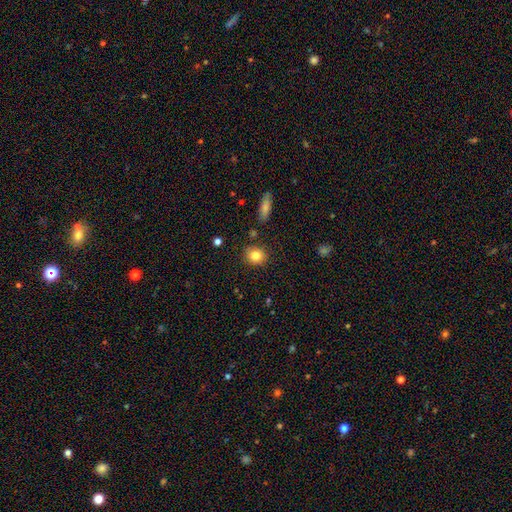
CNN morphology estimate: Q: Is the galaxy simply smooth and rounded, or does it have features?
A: smooth — 82%.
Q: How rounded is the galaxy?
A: round — 72%.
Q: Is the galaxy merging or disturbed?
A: none — 86%.